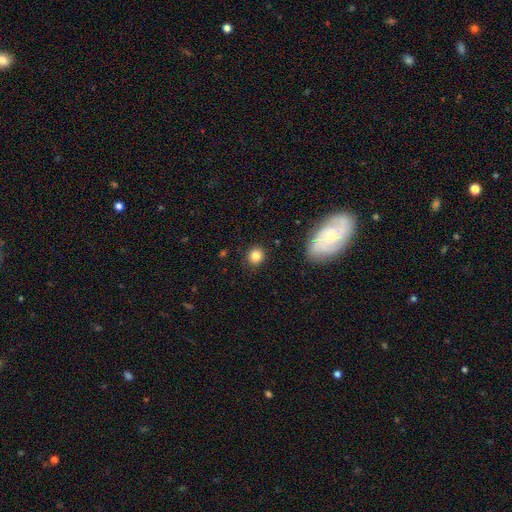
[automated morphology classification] Smooth or featured: smooth — 83% (star or artifact — 11%)
How rounded: round — 83% (in between — 16%)
Merging: none — 88% (minor disturbance — 8%)